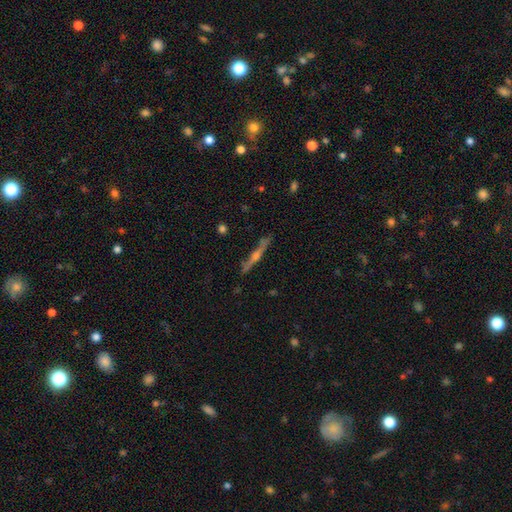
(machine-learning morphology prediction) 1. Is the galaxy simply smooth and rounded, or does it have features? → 73% featured or disk, 20% smooth, 6% star or artifact.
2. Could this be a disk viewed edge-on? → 97% yes, 3% no.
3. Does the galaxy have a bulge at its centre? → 84% rounded, 11% none, 5% boxy.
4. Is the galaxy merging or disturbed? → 85% none, 11% minor disturbance, 2% major disturbance, 2% merger.